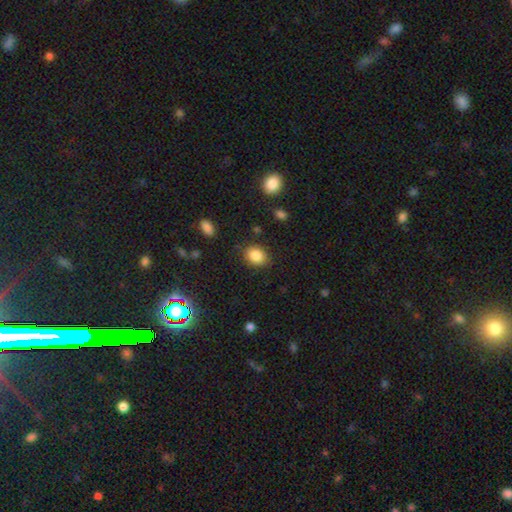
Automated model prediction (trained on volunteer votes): smooth-or-featured: smooth: 86% | star or artifact: 9% | featured or disk: 5%
  how-rounded: in between: 55% | round: 44% | cigar-shaped: 1%
  merging: none: 84% | minor disturbance: 11% | major disturbance: 3% | merger: 2%